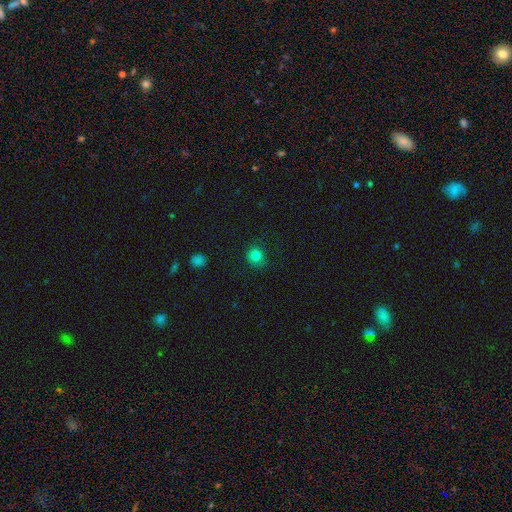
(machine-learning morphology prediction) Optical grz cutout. It shows a smooth galaxy with no disk features (81%) that is round (84%). Merging: none (81%).